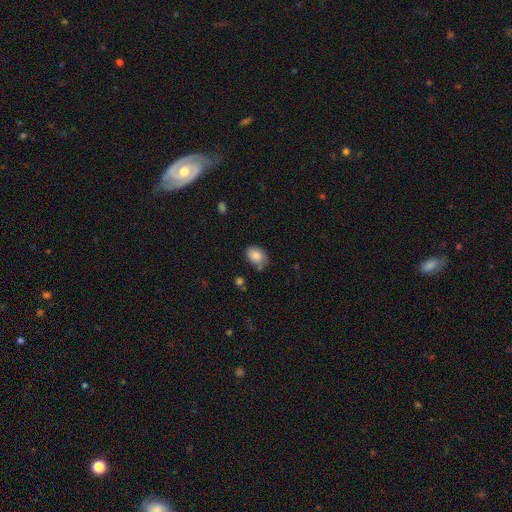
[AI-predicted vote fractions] smooth-or-featured: smooth: 86% | star or artifact: 8% | featured or disk: 6%
  how-rounded: in between: 73% | round: 26% | cigar-shaped: 1%
  merging: none: 70% | minor disturbance: 20% | merger: 5% | major disturbance: 4%